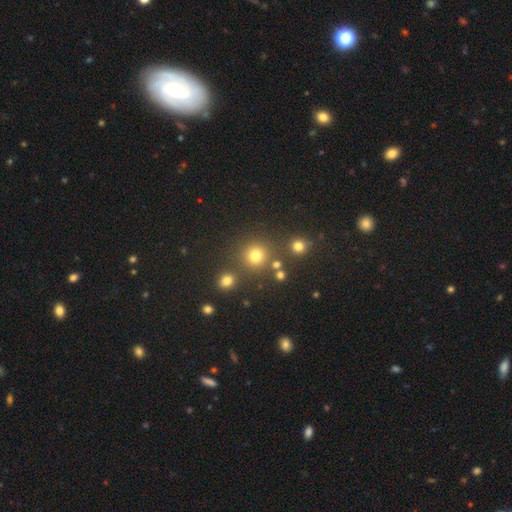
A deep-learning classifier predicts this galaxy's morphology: The model was most divided on "smooth or featured": smooth: 76%, star or artifact: 18%, featured or disk: 6%. More confident: how rounded — round (91%); merging — none (78%).